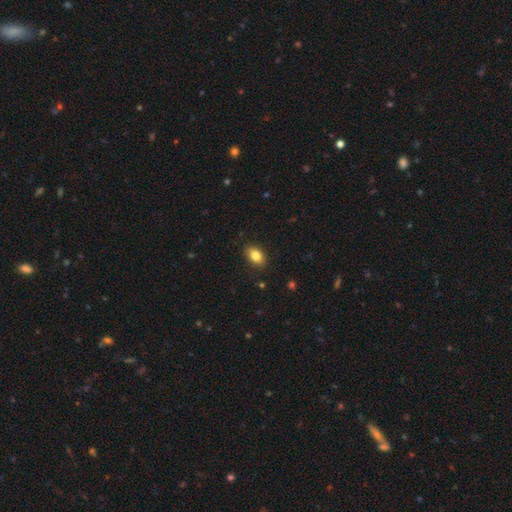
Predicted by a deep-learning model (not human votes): smooth 84%, star or artifact 8%, featured or disk 8%. Down the decision tree: how rounded — in between (85%); merging — none (87%).